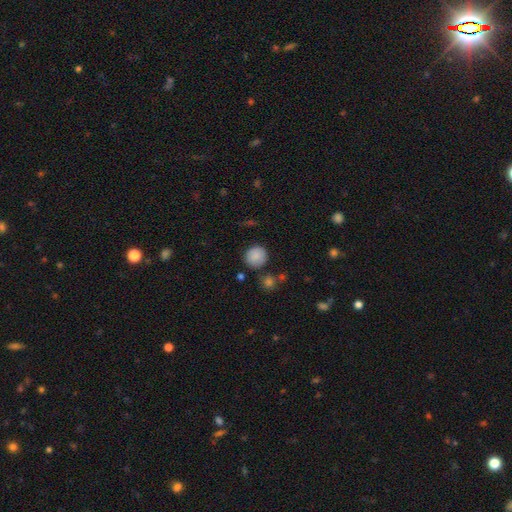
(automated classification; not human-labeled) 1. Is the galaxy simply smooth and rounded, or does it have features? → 86% smooth, 8% star or artifact, 6% featured or disk.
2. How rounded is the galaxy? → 89% round, 10% in between, 1% cigar-shaped.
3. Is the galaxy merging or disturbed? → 81% none, 12% minor disturbance, 4% merger, 3% major disturbance.